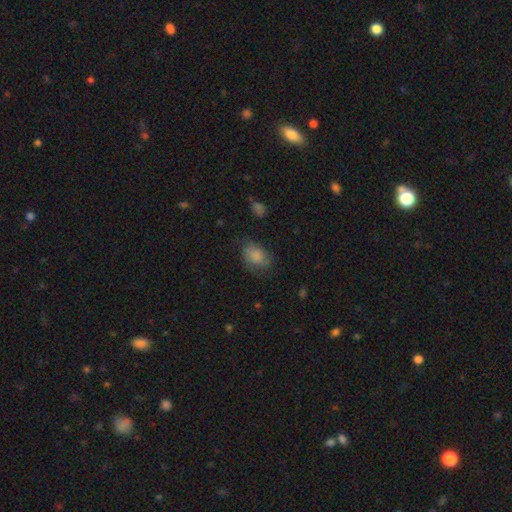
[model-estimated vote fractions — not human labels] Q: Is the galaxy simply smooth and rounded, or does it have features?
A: smooth — 76%.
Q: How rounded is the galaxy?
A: in between — 74%.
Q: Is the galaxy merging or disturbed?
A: none — 60%.